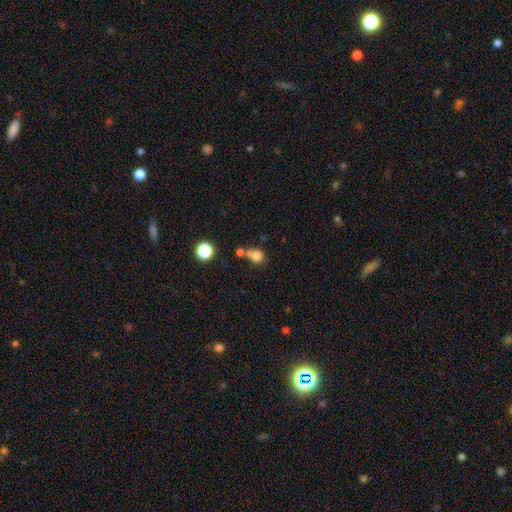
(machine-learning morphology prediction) Overall: smooth (77%). How rounded: round (74%). Merging: none (45%; merger 38%).